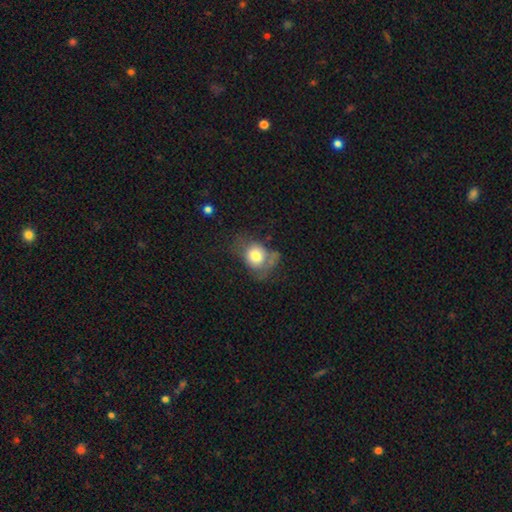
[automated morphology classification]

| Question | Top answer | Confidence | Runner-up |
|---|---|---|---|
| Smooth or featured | smooth | 73% | featured or disk (18%) |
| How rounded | round | 62% | in between (37%) |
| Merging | none | 34% | major disturbance (29%) |